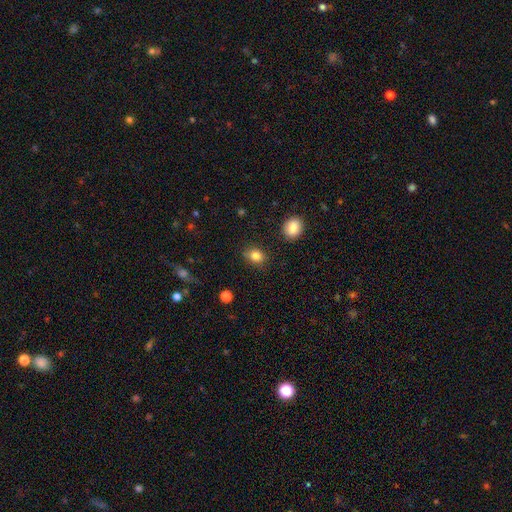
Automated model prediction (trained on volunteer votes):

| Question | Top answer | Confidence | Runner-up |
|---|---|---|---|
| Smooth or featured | smooth | 83% | star or artifact (11%) |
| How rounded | in between | 53% | round (45%) |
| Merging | none | 82% | minor disturbance (13%) |